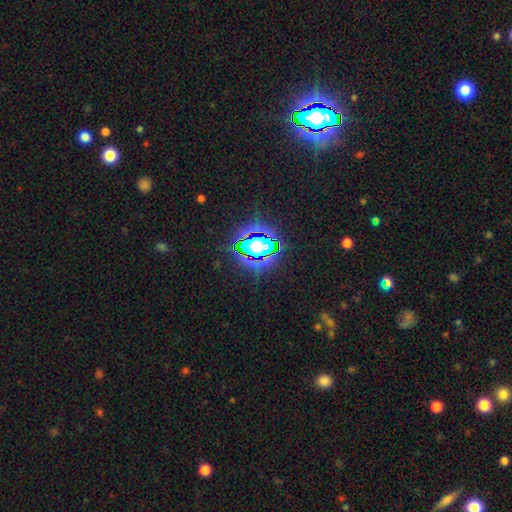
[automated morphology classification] A star or artifact, not a galaxy (79%).

Vote fractions:
- Smooth or featured? star or artifact: 79% / smooth: 13% / featured or disk: 9%